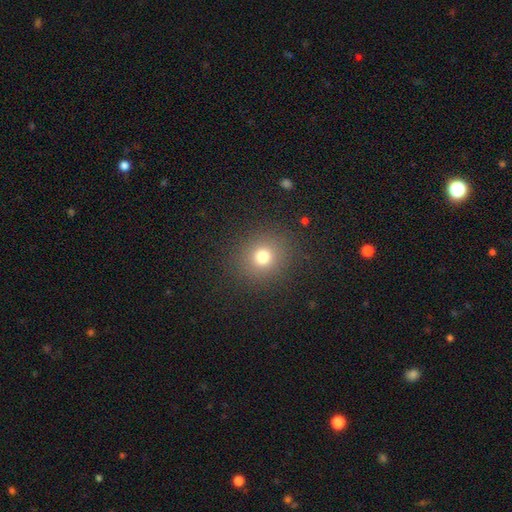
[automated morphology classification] smooth-or-featured: smooth: 70% | star or artifact: 24% | featured or disk: 7%
  how-rounded: round: 88% | in between: 11% | cigar-shaped: 1%
  merging: none: 92% | minor disturbance: 5% | major disturbance: 2% | merger: 1%